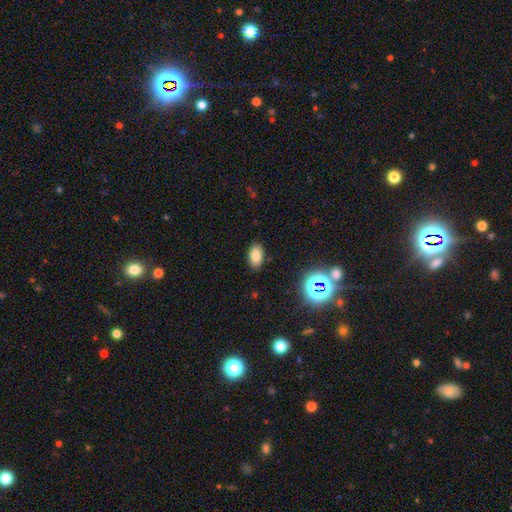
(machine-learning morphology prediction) A smooth galaxy with no disk features (79%) that is in between round and cigar-shaped (92%). Merging: none (87%).